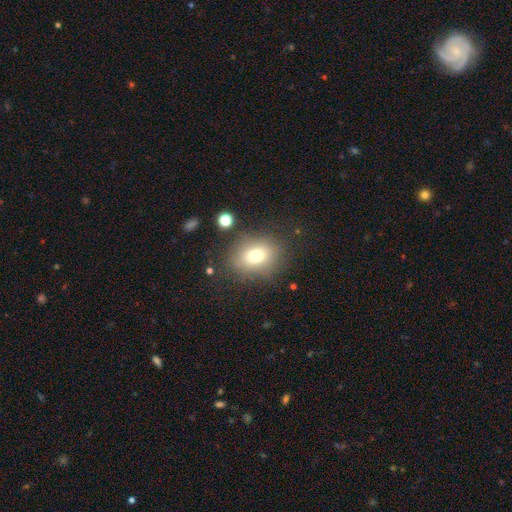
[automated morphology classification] Q: Smooth or featured?
A: smooth (73%); runner-up: star or artifact (14%)
Q: How rounded?
A: in between (50%); runner-up: round (48%)
Q: Merging?
A: none (78%); runner-up: minor disturbance (12%)